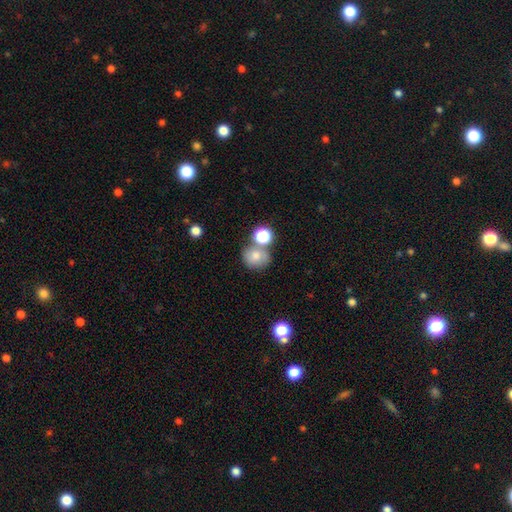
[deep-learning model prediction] Smooth or featured: smooth — 74% (featured or disk — 13%)
How rounded: round — 76% (in between — 23%)
Merging: none — 55% (merger — 28%)